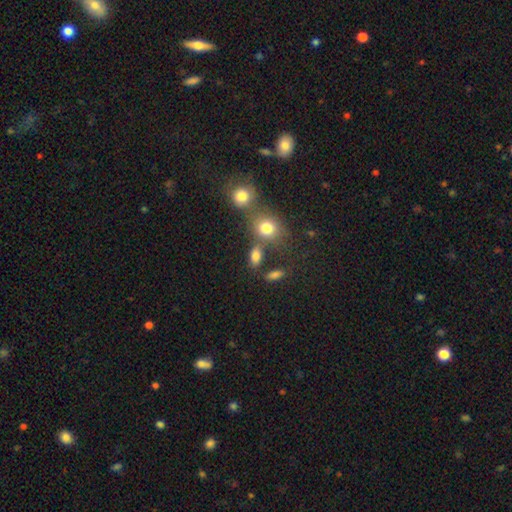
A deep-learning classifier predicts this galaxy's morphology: A smooth galaxy with no disk features (80%) that is in between round and cigar-shaped (71%).

Vote fractions:
- Smooth or featured? smooth: 80% / star or artifact: 12% / featured or disk: 8%
- How rounded? in between: 71% / round: 23% / cigar-shaped: 6%
- Merging? none: 61% / merger: 21% / minor disturbance: 12% / major disturbance: 6%